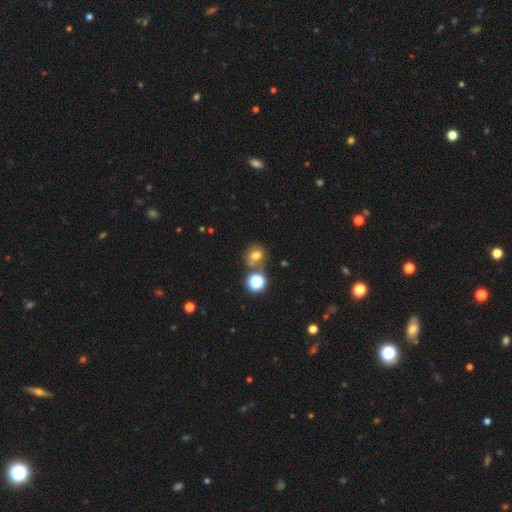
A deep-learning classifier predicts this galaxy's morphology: This appears to be a smooth galaxy with no disk features (67%) that is round (72%). Merging: none (63%).